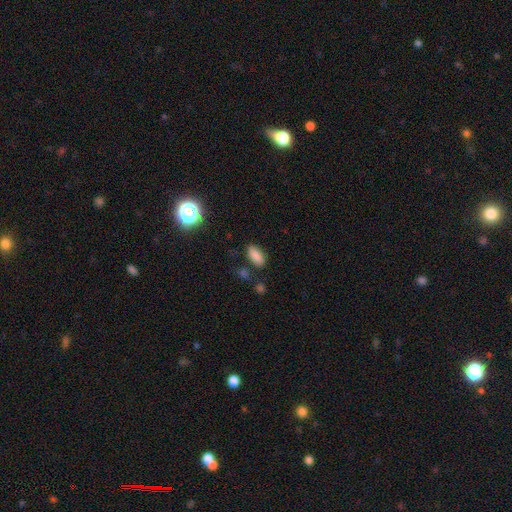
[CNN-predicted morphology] This appears to be a smooth galaxy with no disk features (84%) that is in between round and cigar-shaped (86%). Merging: none (81%).